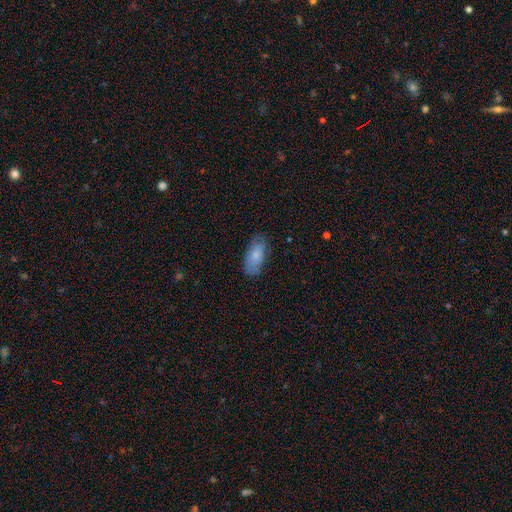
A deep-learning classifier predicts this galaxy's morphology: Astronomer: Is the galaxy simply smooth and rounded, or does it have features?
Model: smooth — 78%.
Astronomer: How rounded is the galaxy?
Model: in between — 88%.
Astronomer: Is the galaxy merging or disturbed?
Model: none — 77%.